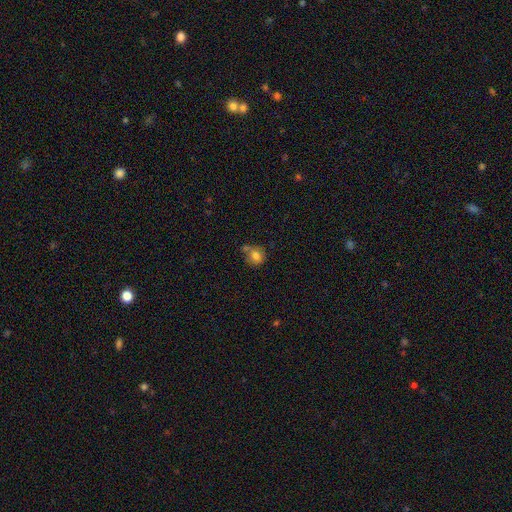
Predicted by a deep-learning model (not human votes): Smooth or featured? Predicted: smooth (p=0.79). How rounded? Predicted: round (p=0.74). Merging? Predicted: none (p=0.51).